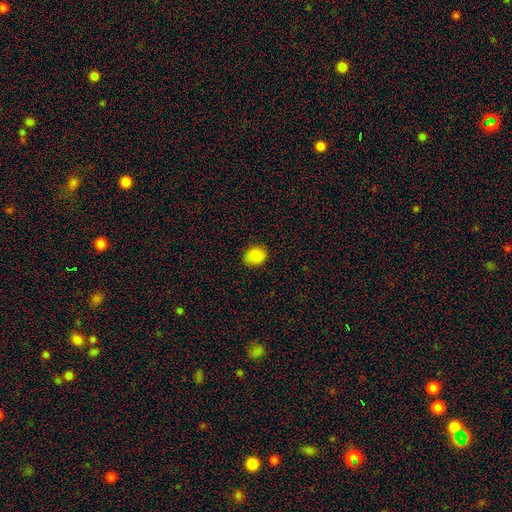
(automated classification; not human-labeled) Smooth or featured? Predicted: smooth (p=0.88). How rounded? Predicted: round (p=0.52). Merging? Predicted: none (p=0.86).